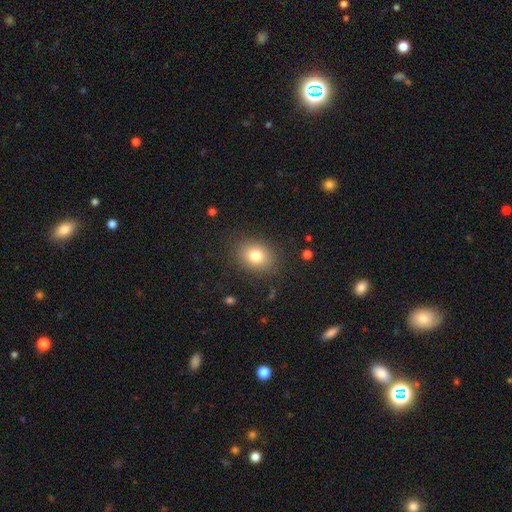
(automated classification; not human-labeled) Q: Smooth or featured?
A: smooth (80%); runner-up: star or artifact (10%)
Q: How rounded?
A: in between (59%); runner-up: round (40%)
Q: Merging?
A: none (84%); runner-up: minor disturbance (11%)